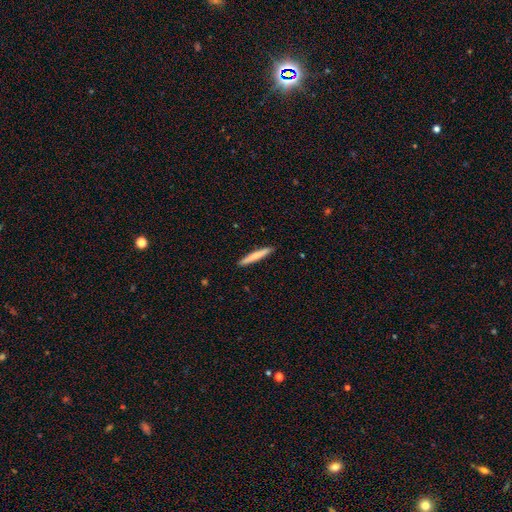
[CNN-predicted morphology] The model was most divided on "smooth or featured": smooth: 68%, featured or disk: 27%, star or artifact: 5%. More confident: how rounded — cigar-shaped (95%); merging — none (92%).